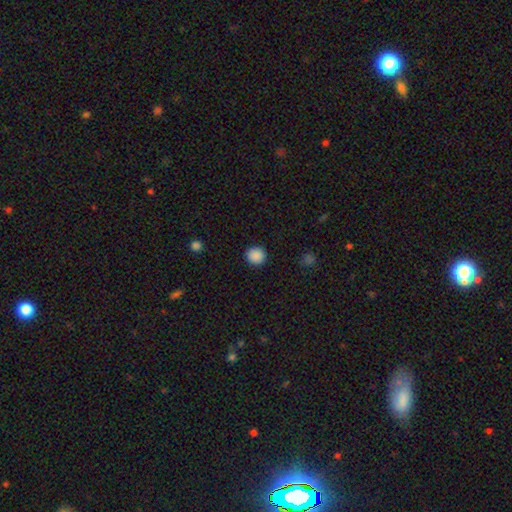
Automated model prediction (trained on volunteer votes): Smooth or featured? Predicted: smooth (p=0.88). How rounded? Predicted: round (p=0.90). Merging? Predicted: none (p=0.91).